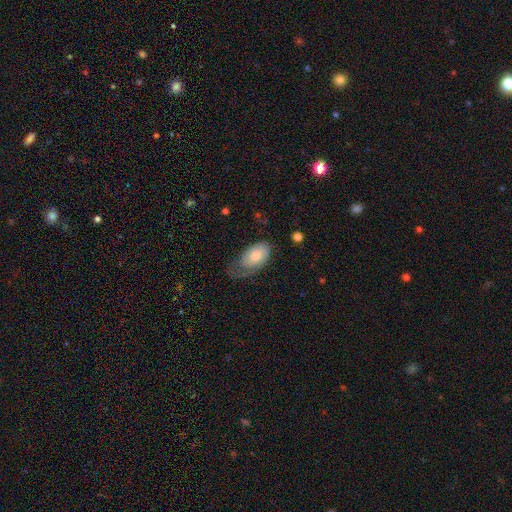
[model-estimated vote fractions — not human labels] smooth 68%, featured or disk 26%, star or artifact 6%. Down the decision tree: how rounded — in between (93%); merging — minor disturbance (34%).